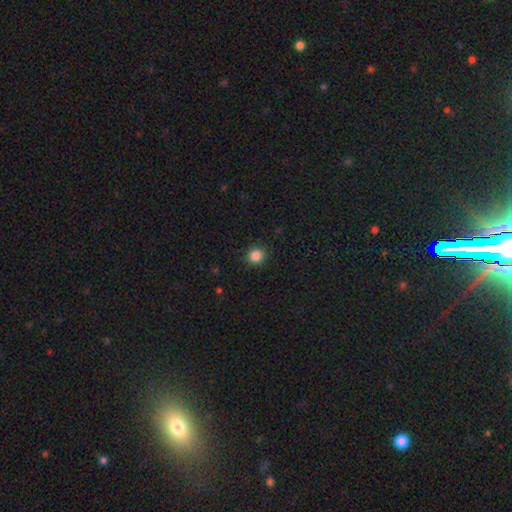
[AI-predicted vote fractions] Overall: smooth (86%). How rounded: round (91%). Merging: none (91%).